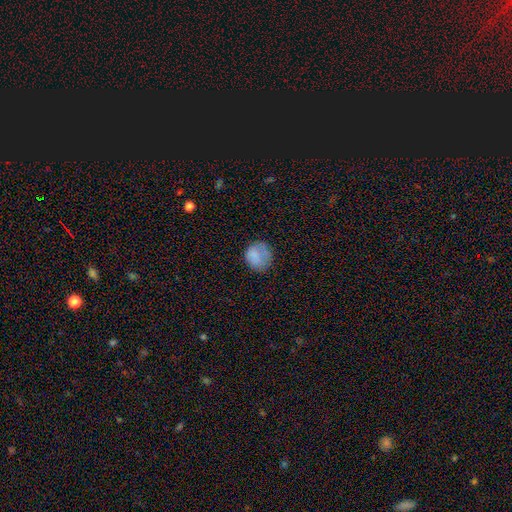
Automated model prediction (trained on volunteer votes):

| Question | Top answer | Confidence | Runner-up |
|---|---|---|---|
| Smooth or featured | smooth | 79% | featured or disk (12%) |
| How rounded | round | 78% | in between (21%) |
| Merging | none | 67% | minor disturbance (22%) |